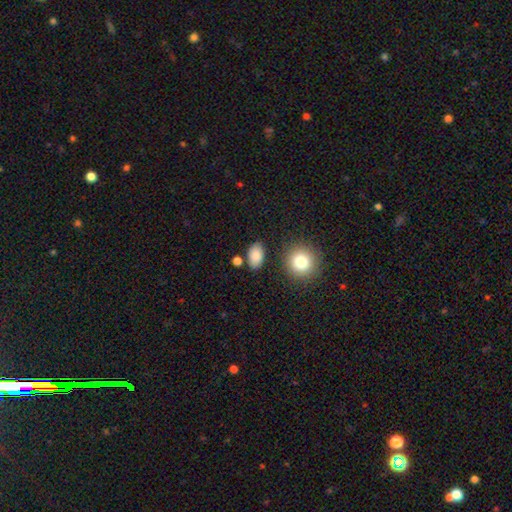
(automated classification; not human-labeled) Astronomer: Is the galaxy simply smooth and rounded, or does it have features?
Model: smooth — 86%.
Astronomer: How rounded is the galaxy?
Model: in between — 88%.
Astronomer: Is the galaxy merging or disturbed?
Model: none — 81%.